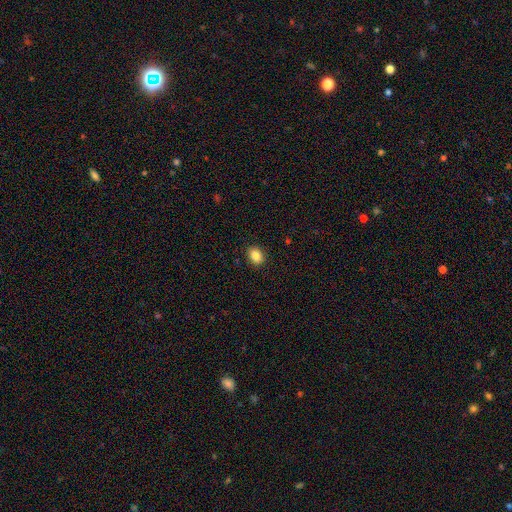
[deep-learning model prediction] Smooth or featured? Predicted: smooth (p=0.86). How rounded? Predicted: in between (p=0.64). Merging? Predicted: none (p=0.90).